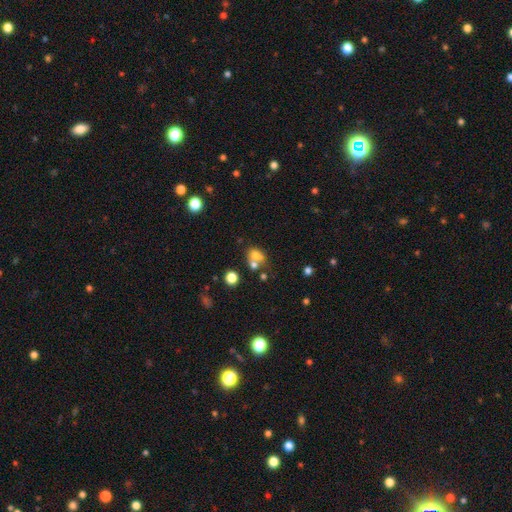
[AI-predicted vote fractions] Smooth or featured?
  - smooth: 67% *
  - featured or disk: 18%
  - star or artifact: 15%
How rounded?
  - round: 53% *
  - in between: 46%
  - cigar-shaped: 1%
Merging?
  - merger: 49% *
  - none: 34%
  - minor disturbance: 11%
  - major disturbance: 7%